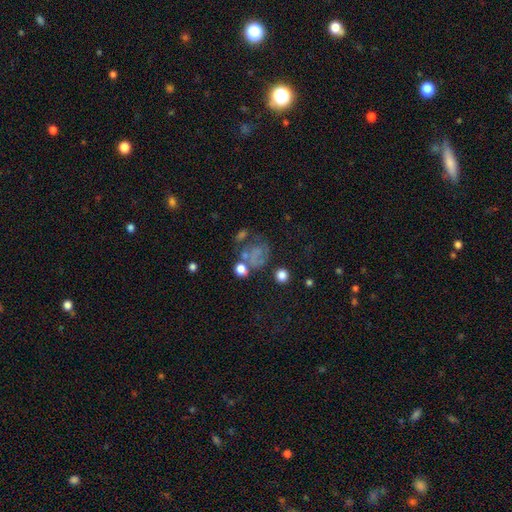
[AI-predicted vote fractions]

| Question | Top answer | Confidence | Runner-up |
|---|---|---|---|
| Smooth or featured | smooth | 42% | featured or disk (34%) |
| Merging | none | 35% | major disturbance (31%) |